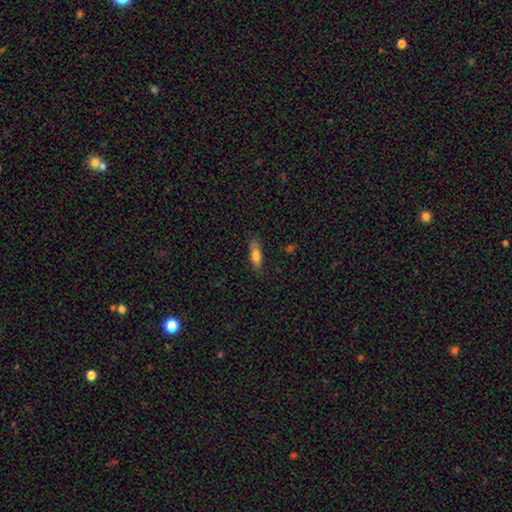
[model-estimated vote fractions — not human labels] This appears to be a smooth galaxy with no disk features (77%) that is in between round and cigar-shaped (70%). Merging: none (79%).